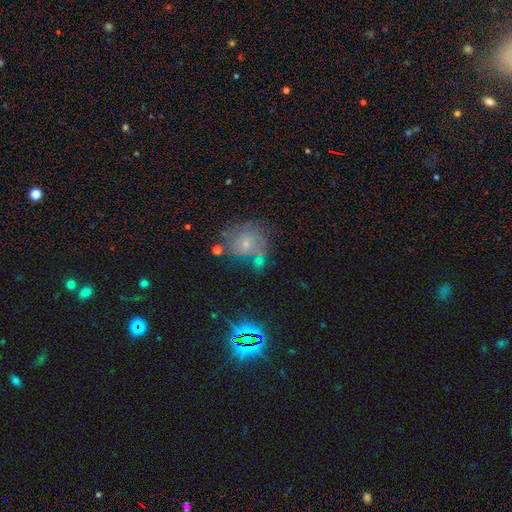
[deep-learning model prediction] This is possibly a featured or disk galaxy (51%). It is clearly not viewed edge-on (97%). Merging: possibly none (55%).